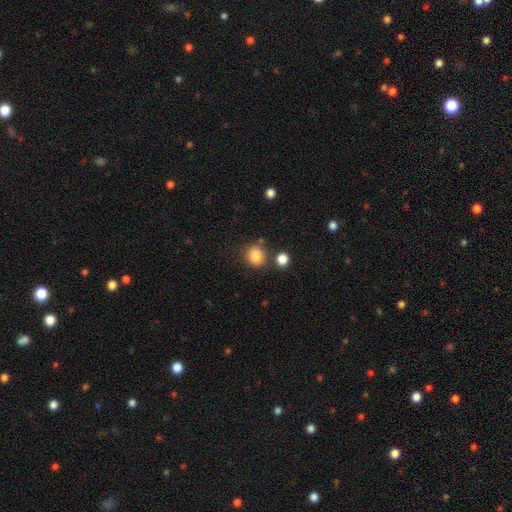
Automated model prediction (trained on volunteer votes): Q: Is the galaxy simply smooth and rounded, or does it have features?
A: smooth — 84%.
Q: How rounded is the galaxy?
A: round — 75%.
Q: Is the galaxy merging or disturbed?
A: none — 76%.